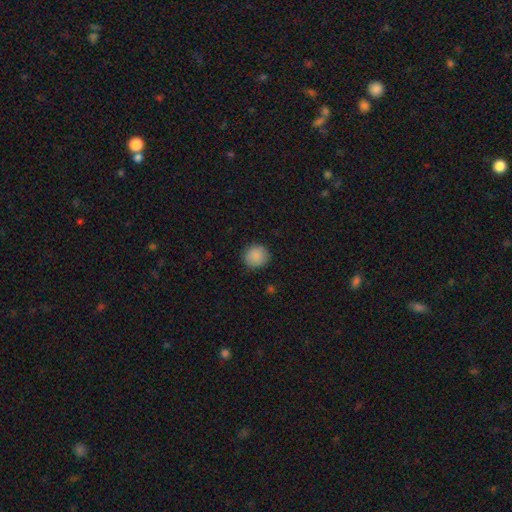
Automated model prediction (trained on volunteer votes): Q: Smooth or featured?
A: smooth (88%); runner-up: star or artifact (8%)
Q: How rounded?
A: round (88%); runner-up: in between (11%)
Q: Merging?
A: none (87%); runner-up: minor disturbance (10%)